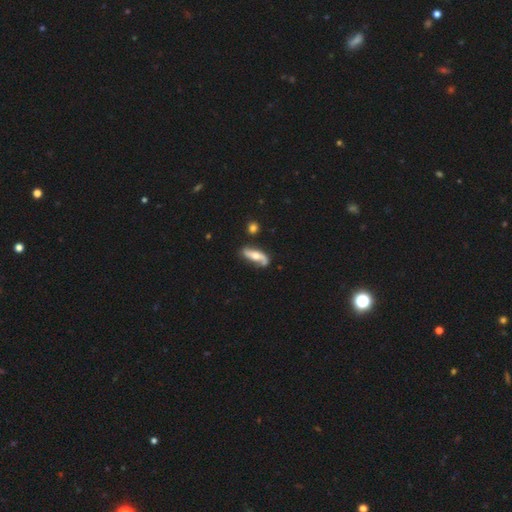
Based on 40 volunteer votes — This appears to be a featured or disk galaxy (82%) with no bar (76%), 2 (96%) loose (85%) spiral arms (93%) and a moderate central bulge (59%). Merging: none (70%).